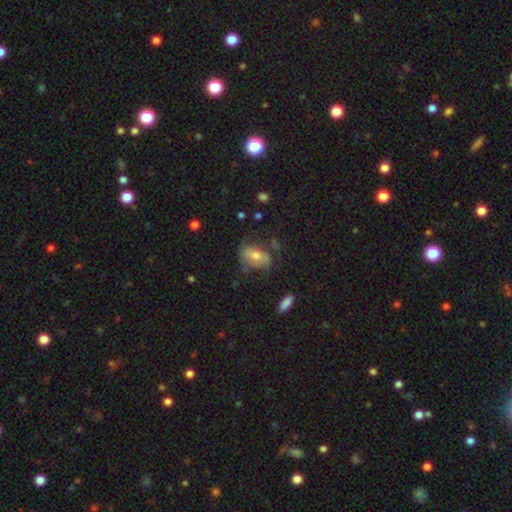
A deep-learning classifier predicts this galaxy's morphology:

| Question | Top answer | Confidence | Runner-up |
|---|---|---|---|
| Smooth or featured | smooth | 51% | featured or disk (39%) |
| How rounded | in between | 82% | round (14%) |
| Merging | none | 53% | minor disturbance (27%) |